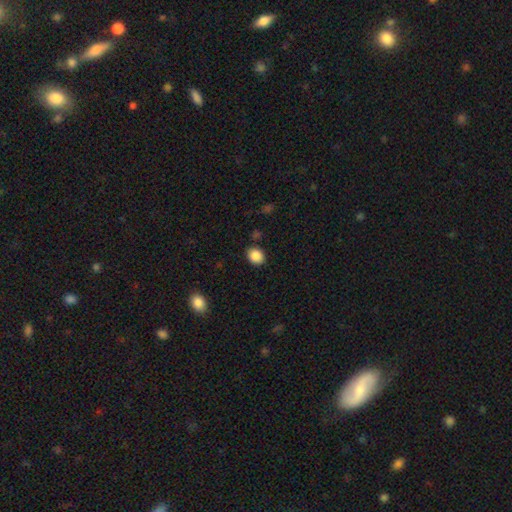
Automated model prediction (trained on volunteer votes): Overall: smooth (87%). How rounded: round (54%; in between 45%). Merging: none (86%).